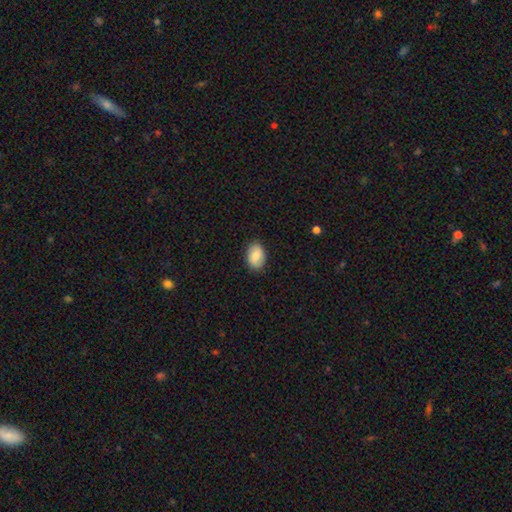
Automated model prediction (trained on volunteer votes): The model was most divided on "smooth or featured": smooth: 81%, featured or disk: 12%, star or artifact: 7%. More confident: merging — none (87%); how rounded — in between (86%).